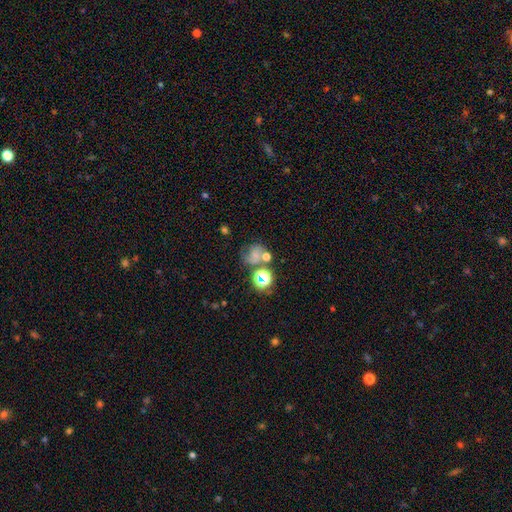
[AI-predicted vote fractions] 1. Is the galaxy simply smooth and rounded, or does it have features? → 48% smooth, 26% star or artifact, 26% featured or disk.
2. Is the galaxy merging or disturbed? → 39% none, 28% merger, 17% minor disturbance, 17% major disturbance.